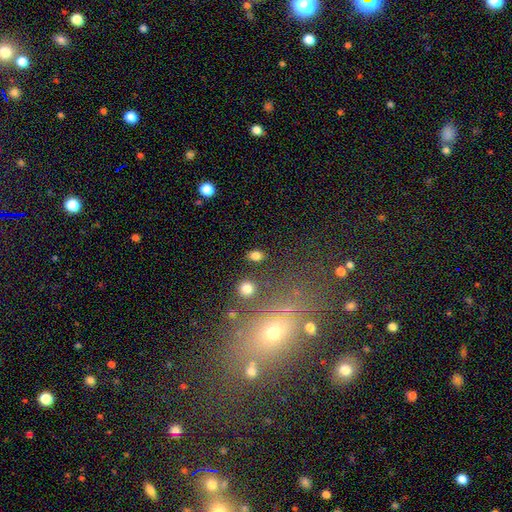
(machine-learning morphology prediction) Smooth or featured? Predicted: smooth (p=0.79). How rounded? Predicted: in between (p=0.75). Merging? Predicted: none (p=0.84).